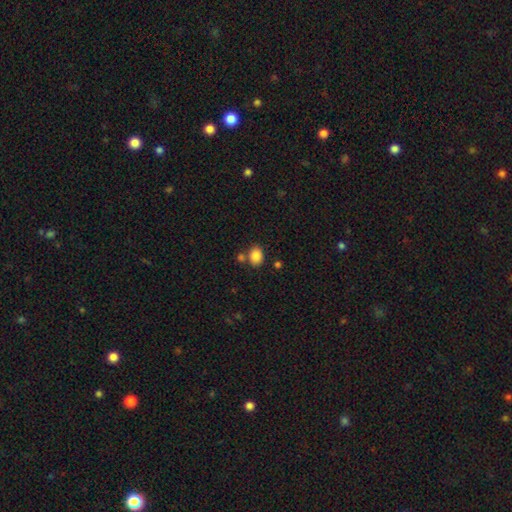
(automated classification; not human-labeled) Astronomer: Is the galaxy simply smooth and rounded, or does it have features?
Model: smooth — 86%.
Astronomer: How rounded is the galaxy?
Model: in between — 58% (runner-up: round, 41%).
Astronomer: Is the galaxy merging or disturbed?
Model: none — 70%.